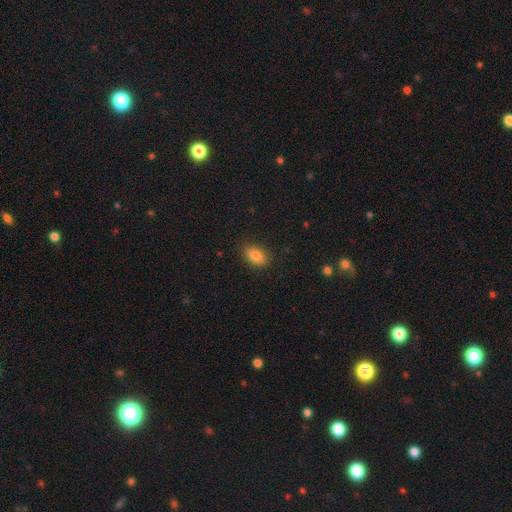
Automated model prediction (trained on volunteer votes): smooth_or_featured: smooth (p=0.84) [alt: star or artifact p=0.08]
how_rounded: in between (p=0.88) [alt: round p=0.09]
merging: none (p=0.87) [alt: minor disturbance p=0.09]